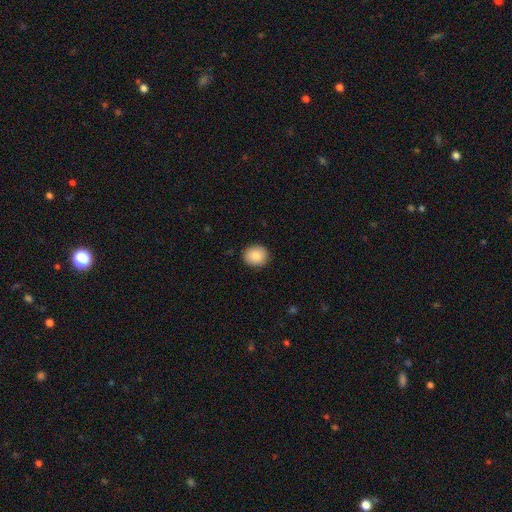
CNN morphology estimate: This appears to be a smooth galaxy with no disk features (87%) that is round (80%). Merging: none (91%).